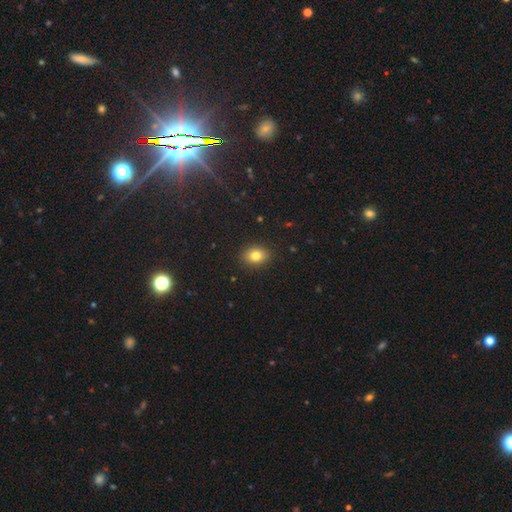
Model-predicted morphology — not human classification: This is clearly a smooth galaxy (80%). How rounded: possibly in between (60%). Merging: clearly none (88%).